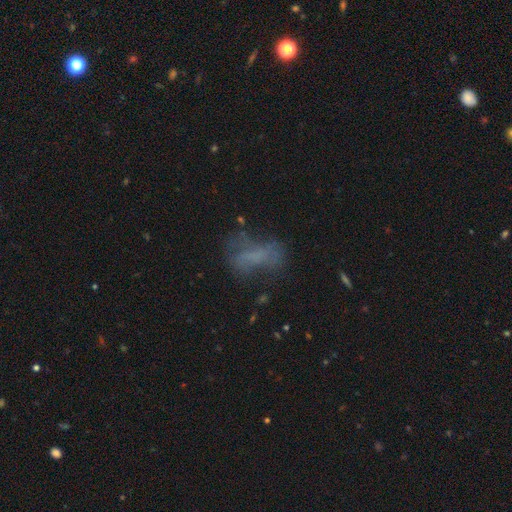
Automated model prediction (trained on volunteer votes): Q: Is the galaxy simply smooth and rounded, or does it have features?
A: smooth — 45%.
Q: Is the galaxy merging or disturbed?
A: none — 45%.